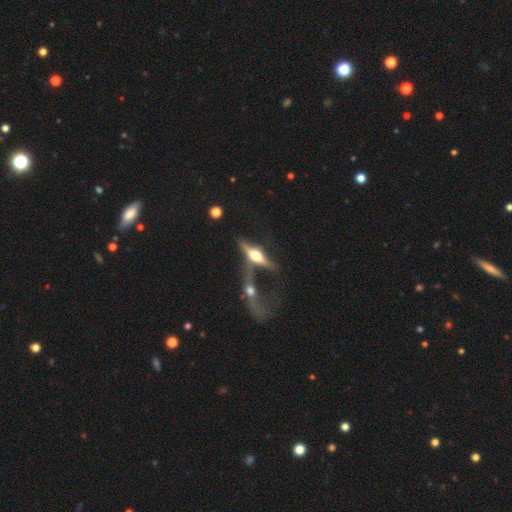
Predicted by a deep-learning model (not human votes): Morphology: type=featured or disk (67%); edge-on=yes (84%); edge-on bulge=rounded (94%); merging=merger (46%).